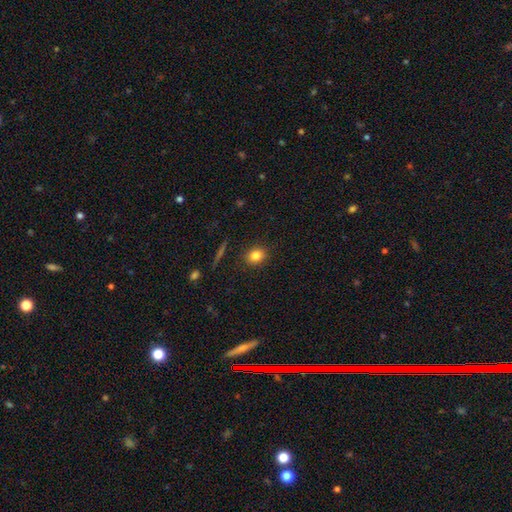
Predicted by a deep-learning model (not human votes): Smooth or featured? smooth (82%)
How rounded? round (60%)
Merging? none (89%)